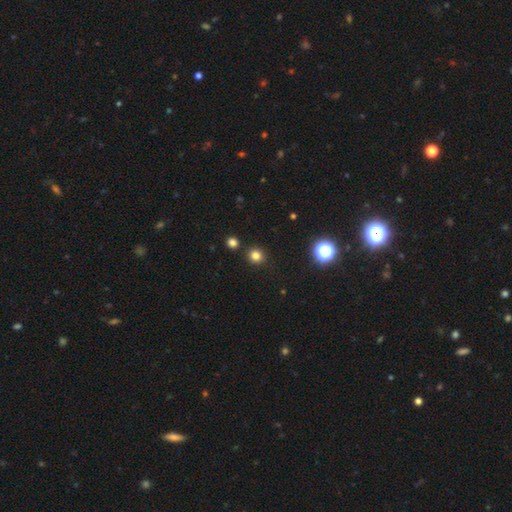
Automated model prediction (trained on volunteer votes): smooth_or_featured: smooth (p=0.79) [alt: star or artifact p=0.16]
how_rounded: round (p=0.88) [alt: in between p=0.11]
merging: none (p=0.88) [alt: minor disturbance p=0.06]